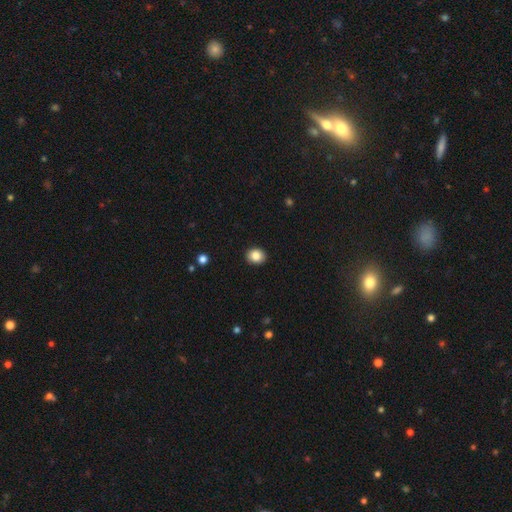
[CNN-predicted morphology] Smooth or featured? smooth (86%)
How rounded? round (63%)
Merging? none (91%)